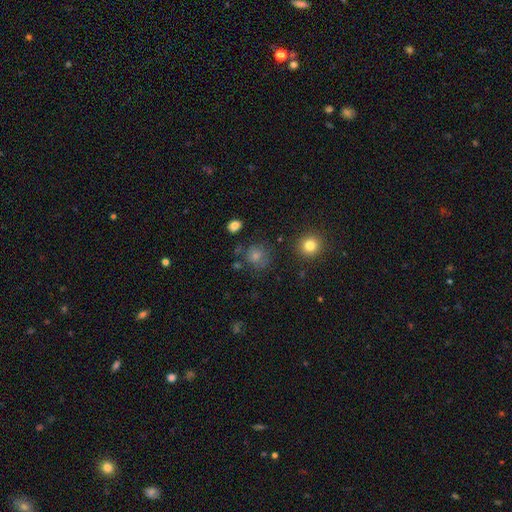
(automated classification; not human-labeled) A smooth galaxy with no disk features (57%) that is round (88%). Merging: none (79%).